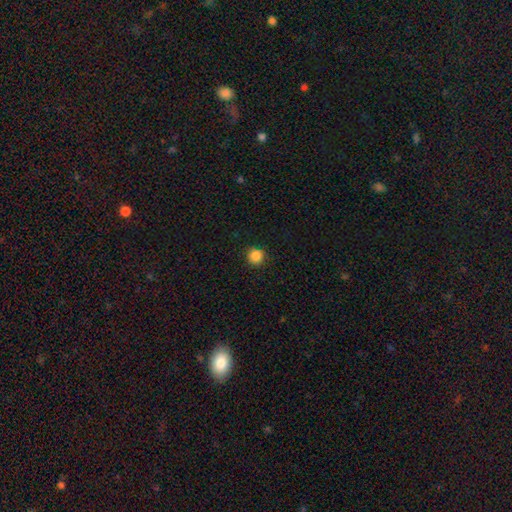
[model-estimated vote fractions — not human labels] smooth-or-featured: smooth: 86% | star or artifact: 11% | featured or disk: 3%
  how-rounded: round: 94% | in between: 5% | cigar-shaped: 1%
  merging: none: 89% | minor disturbance: 8% | major disturbance: 2% | merger: 1%